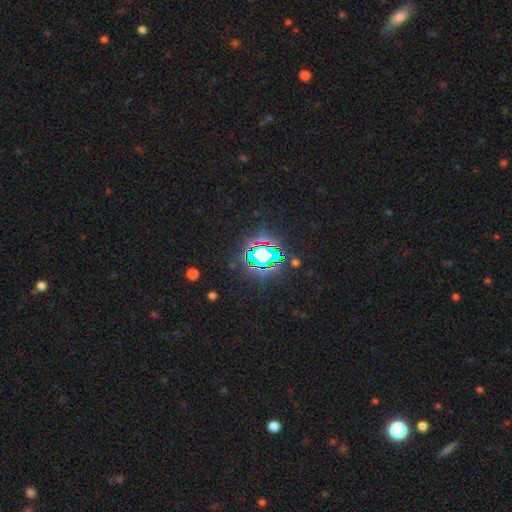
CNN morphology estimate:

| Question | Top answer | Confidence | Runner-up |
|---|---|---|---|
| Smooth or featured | star or artifact | 78% | smooth (13%) |